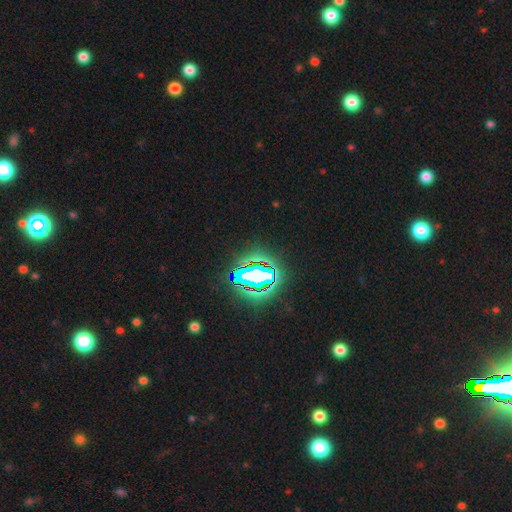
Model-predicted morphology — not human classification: Q: Smooth or featured?
A: star or artifact (82%); runner-up: smooth (11%)